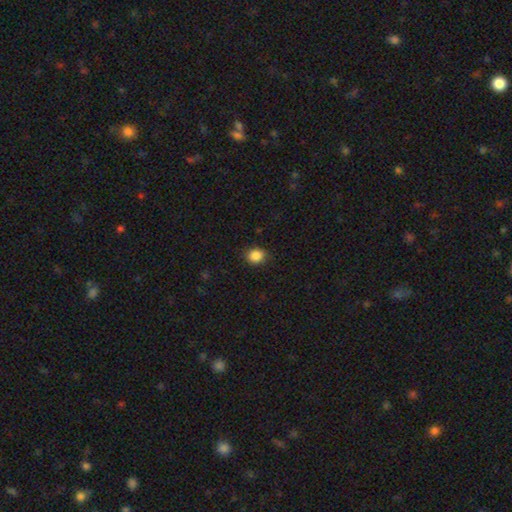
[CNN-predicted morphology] The model was most divided on "how rounded": round: 67%, in between: 32%, cigar-shaped: 1%. More confident: merging — none (88%); smooth or featured — smooth (87%).